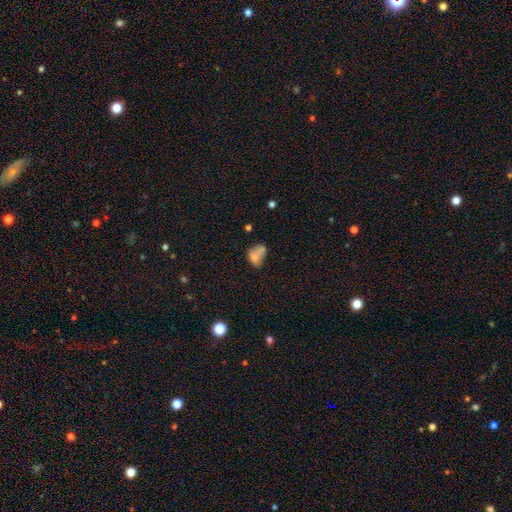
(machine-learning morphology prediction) Smooth or featured?
  - smooth: 69% *
  - featured or disk: 19%
  - star or artifact: 12%
How rounded?
  - in between: 69% *
  - round: 30%
  - cigar-shaped: 1%
Merging?
  - merger: 41% *
  - none: 27%
  - minor disturbance: 19%
  - major disturbance: 13%